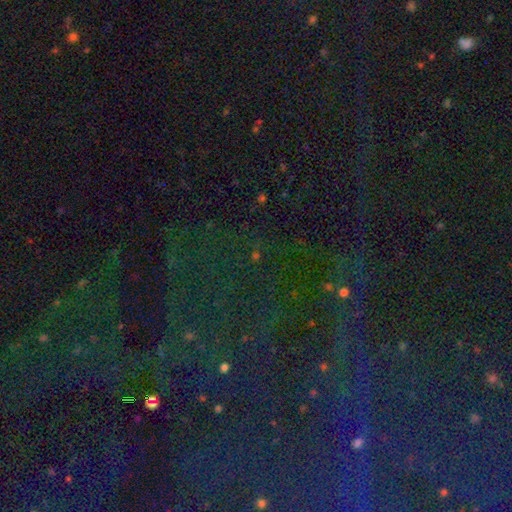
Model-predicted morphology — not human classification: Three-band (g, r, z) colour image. It shows a star or artifact, not a galaxy (76%).